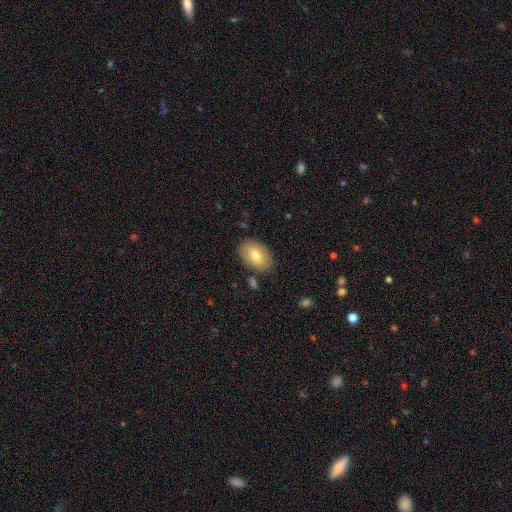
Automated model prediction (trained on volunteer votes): This is likely a smooth galaxy (74%). How rounded: clearly in between (87%). Merging: clearly none (84%).